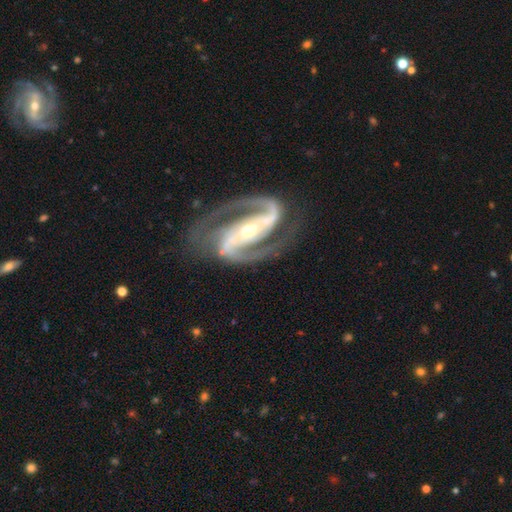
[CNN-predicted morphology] featured or disk 93%, star or artifact 5%, smooth 2%. Down the decision tree: edge-on disk — no (97%); bar — strong (67%); spiral arms — yes (98%); spiral arm count — 2 (94%); spiral winding — medium (59%); bulge size — small (58%); merging — none (80%).